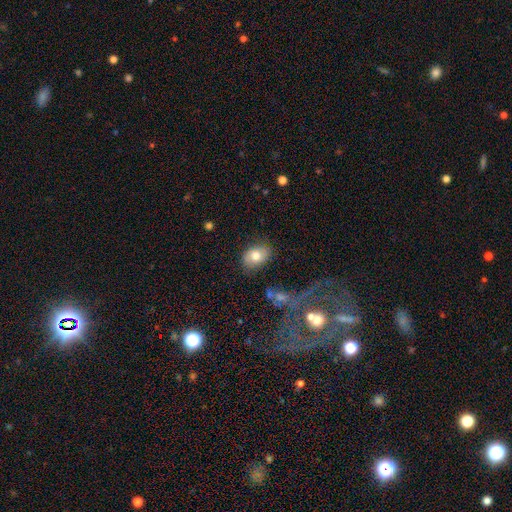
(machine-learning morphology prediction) smooth 75%, featured or disk 16%, star or artifact 8%. Down the decision tree: how rounded — in between (78%); merging — none (80%).